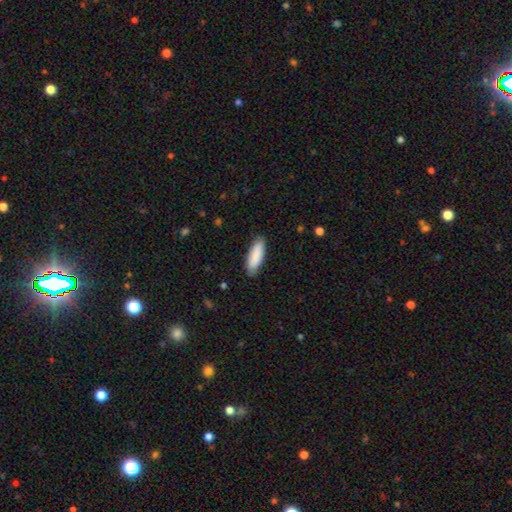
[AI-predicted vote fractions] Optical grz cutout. It shows a smooth galaxy with no disk features (88%) that is in between round and cigar-shaped (61%). Merging: none (86%).